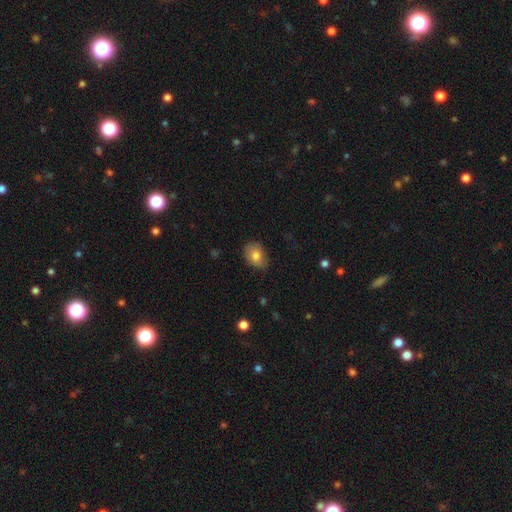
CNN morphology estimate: Smooth or featured?
  - smooth: 79% *
  - featured or disk: 13%
  - star or artifact: 8%
How rounded?
  - in between: 72% *
  - round: 27%
  - cigar-shaped: 1%
Merging?
  - none: 72% *
  - minor disturbance: 23%
  - major disturbance: 4%
  - merger: 1%